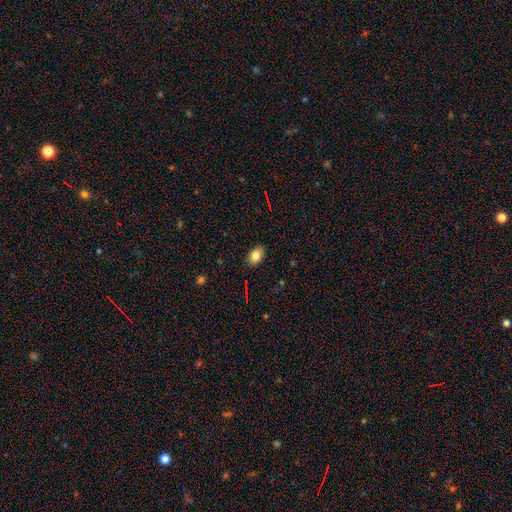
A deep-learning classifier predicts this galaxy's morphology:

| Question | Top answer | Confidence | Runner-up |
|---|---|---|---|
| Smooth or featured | smooth | 81% | featured or disk (10%) |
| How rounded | in between | 87% | round (11%) |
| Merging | none | 87% | minor disturbance (10%) |